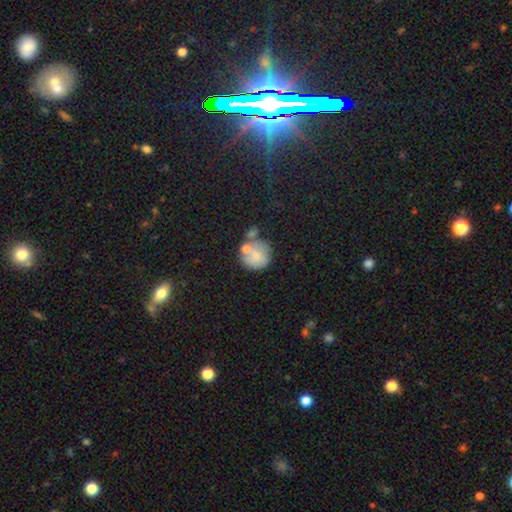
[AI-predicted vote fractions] Smooth or featured? smooth (71%)
How rounded? round (88%)
Merging? none (51%)